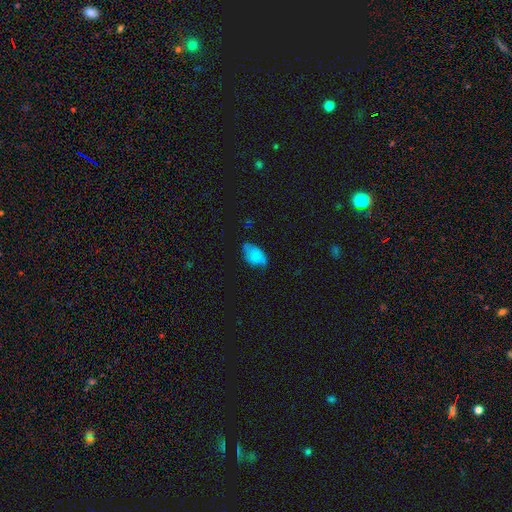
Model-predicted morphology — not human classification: A smooth galaxy with no disk features (71%) that is in between round and cigar-shaped (91%). Merging: none (48%).